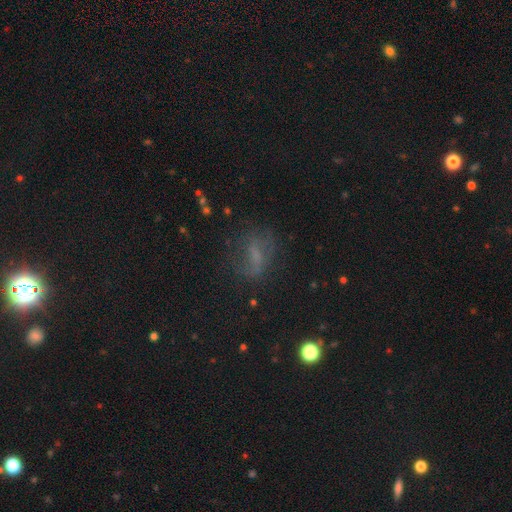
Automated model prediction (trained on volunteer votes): smooth_or_featured: smooth (p=0.41) [alt: featured or disk p=0.36]
merging: none (p=0.58) [alt: minor disturbance p=0.21]